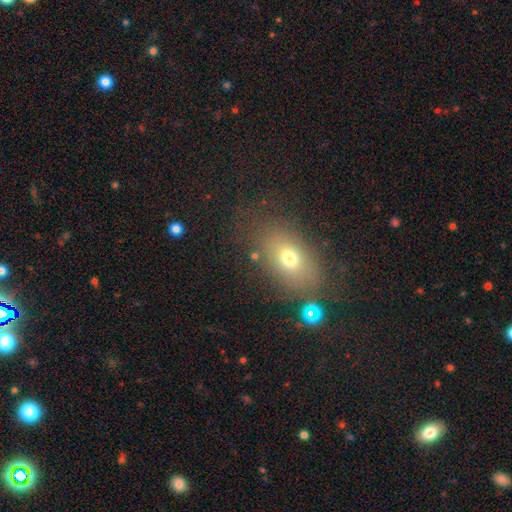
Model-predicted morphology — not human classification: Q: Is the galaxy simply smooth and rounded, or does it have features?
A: smooth — 69%.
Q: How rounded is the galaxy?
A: in between — 79%.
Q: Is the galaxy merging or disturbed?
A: none — 73%.